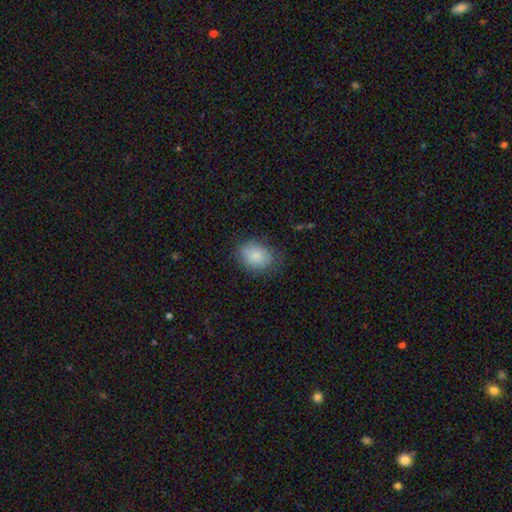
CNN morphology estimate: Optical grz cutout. It shows a smooth galaxy with no disk features (85%) that is in between round and cigar-shaped (67%). Merging: none (72%).